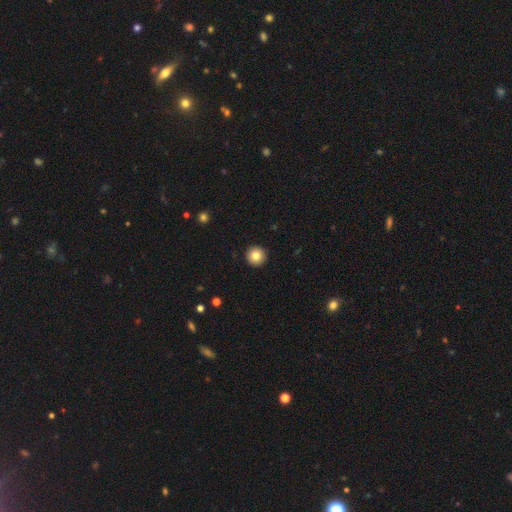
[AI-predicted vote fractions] This appears to be a smooth galaxy with no disk features (83%) that is round (96%). Merging: none (94%).